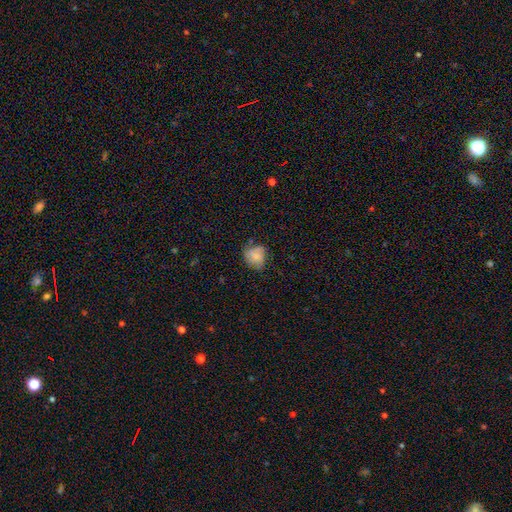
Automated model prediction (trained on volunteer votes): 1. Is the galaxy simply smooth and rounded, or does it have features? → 73% smooth, 17% featured or disk, 9% star or artifact.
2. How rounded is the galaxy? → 70% round, 29% in between, 1% cigar-shaped.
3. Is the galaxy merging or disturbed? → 61% none, 28% minor disturbance, 8% major disturbance, 3% merger.